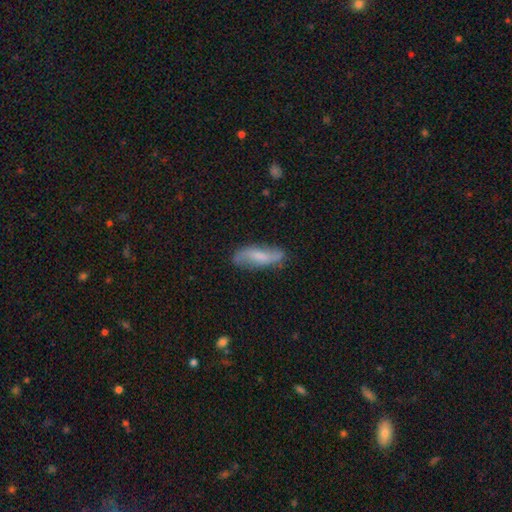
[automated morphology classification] The model was most divided on "smooth or featured": featured or disk: 51%, smooth: 41%, star or artifact: 8%. More confident: edge-on disk — no (78%); merging — none (75%).